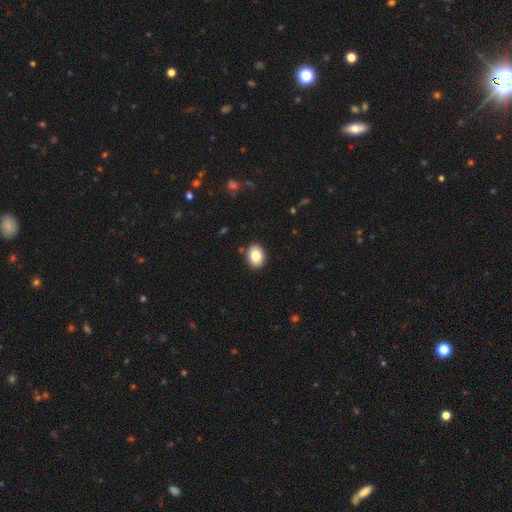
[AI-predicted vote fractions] smooth 83%, featured or disk 9%, star or artifact 8%. Down the decision tree: how rounded — in between (70%); merging — none (89%).